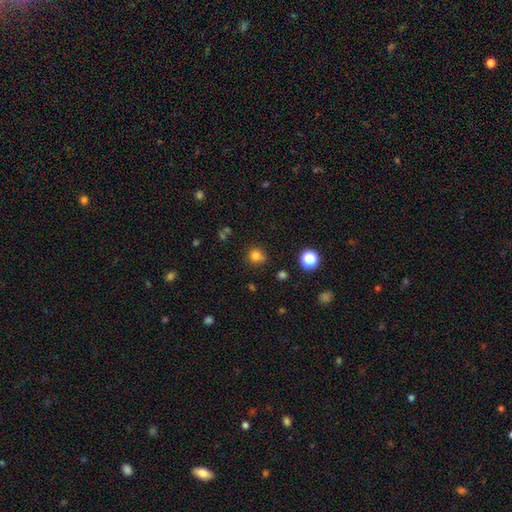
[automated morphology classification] Smooth or featured? Predicted: smooth (p=0.78). How rounded? Predicted: round (p=0.87). Merging? Predicted: none (p=0.70).